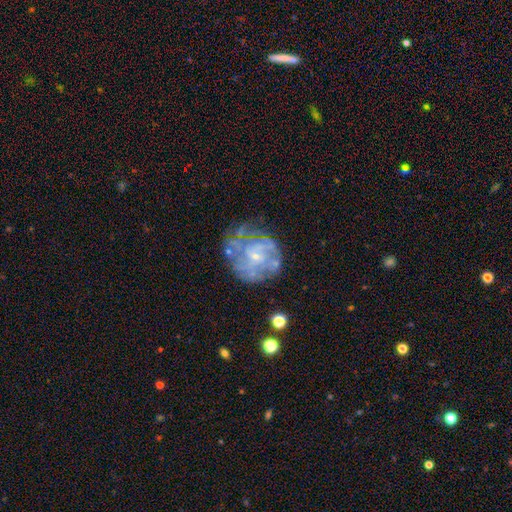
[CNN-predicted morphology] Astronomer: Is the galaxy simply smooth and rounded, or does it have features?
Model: featured or disk — 72%.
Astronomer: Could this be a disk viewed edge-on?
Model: no — 98%.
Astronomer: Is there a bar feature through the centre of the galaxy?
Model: no — 72%.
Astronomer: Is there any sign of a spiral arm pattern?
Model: yes — 64%.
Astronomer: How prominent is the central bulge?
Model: small — 76%.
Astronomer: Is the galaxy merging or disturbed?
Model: none — 54%.